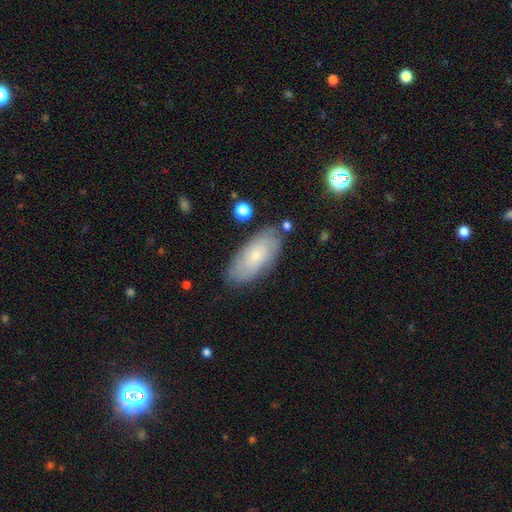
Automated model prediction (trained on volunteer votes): Smooth or featured: smooth — 59% (featured or disk — 34%)
How rounded: in between — 88% (cigar-shaped — 10%)
Merging: none — 79% (minor disturbance — 15%)